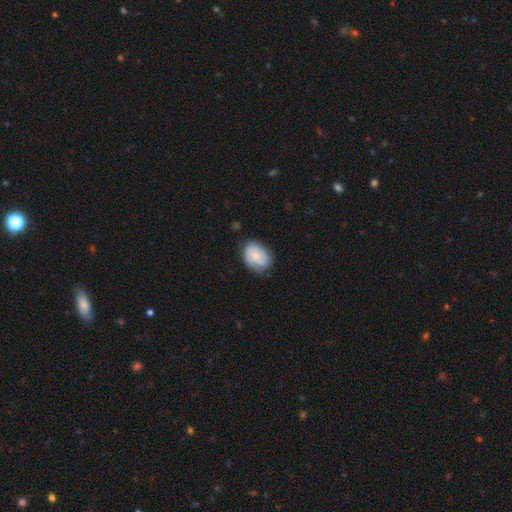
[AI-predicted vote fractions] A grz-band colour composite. It shows a smooth galaxy with no disk features (61%) that is in between round and cigar-shaped (71%). Merging: none (67%).